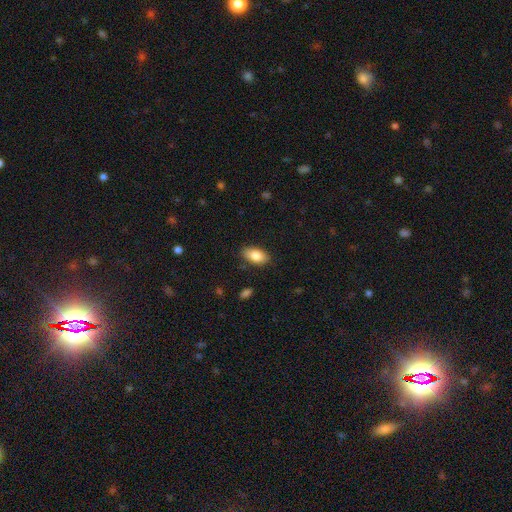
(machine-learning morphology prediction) smooth 84%, featured or disk 9%, star or artifact 7%. Down the decision tree: how rounded — in between (92%); merging — none (85%).